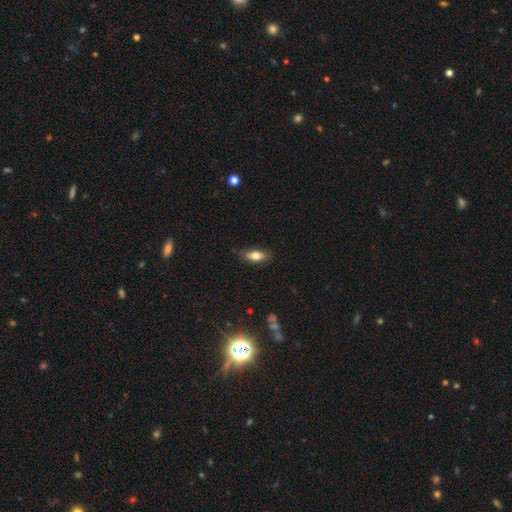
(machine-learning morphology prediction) Smooth or featured? Predicted: smooth (p=0.75). How rounded? Predicted: in between (p=0.80). Merging? Predicted: none (p=0.77).